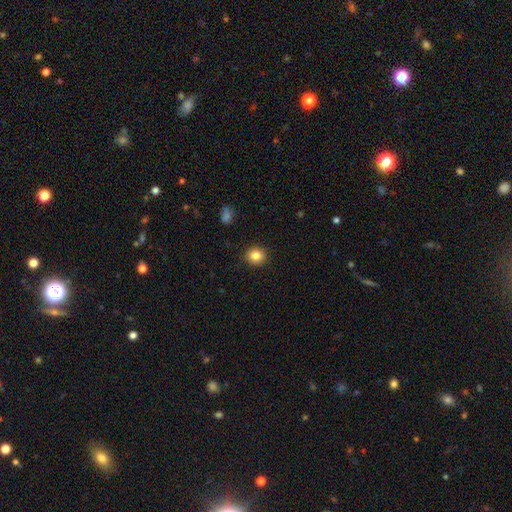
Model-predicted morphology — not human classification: Smooth or featured? Predicted: smooth (p=0.84). How rounded? Predicted: round (p=0.82). Merging? Predicted: none (p=0.91).